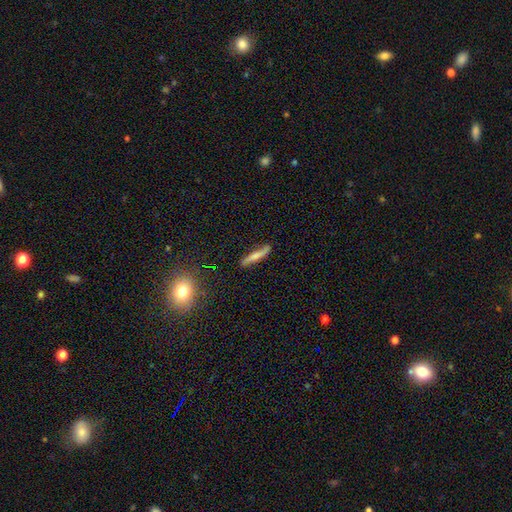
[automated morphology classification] Smooth or featured? Predicted: smooth (p=0.48). Merging? Predicted: none (p=0.77).